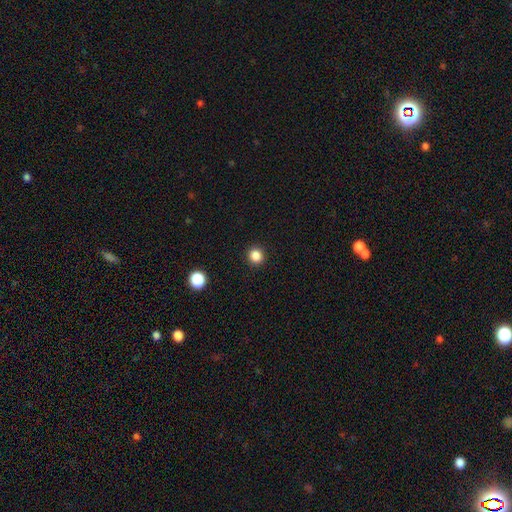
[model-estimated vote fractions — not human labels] smooth-or-featured: smooth: 85% | star or artifact: 12% | featured or disk: 3%
  how-rounded: round: 92% | in between: 7% | cigar-shaped: 1%
  merging: none: 93% | minor disturbance: 5% | major disturbance: 2% | merger: 1%